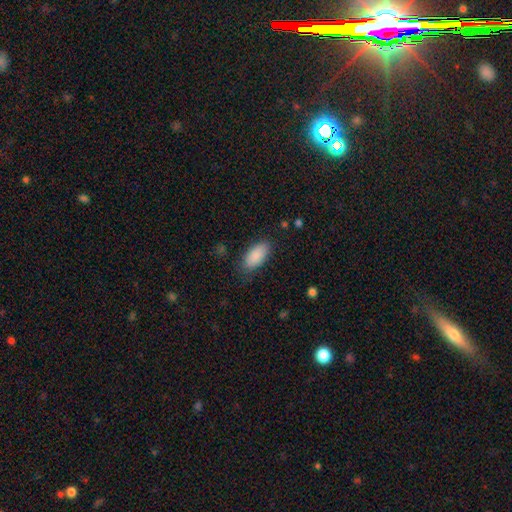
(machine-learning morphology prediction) Smooth or featured: smooth — 89% (star or artifact — 6%)
How rounded: in between — 91% (cigar-shaped — 6%)
Merging: none — 78% (minor disturbance — 16%)